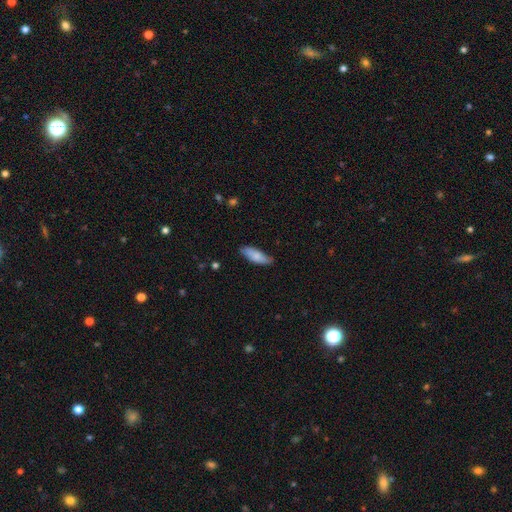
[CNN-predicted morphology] smooth 79%, featured or disk 16%, star or artifact 6%. Down the decision tree: how rounded — in between (60%); merging — none (75%).